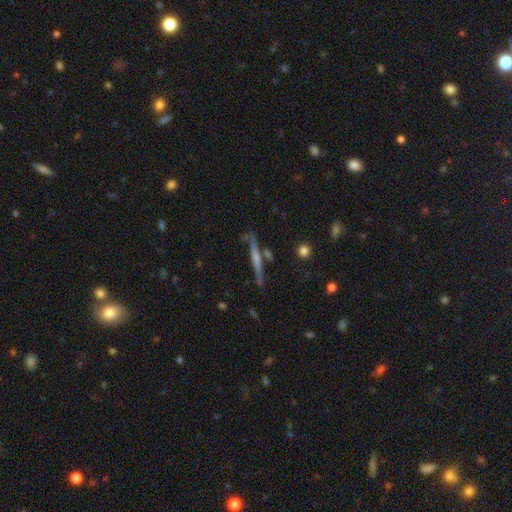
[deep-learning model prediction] Morphology: type=featured or disk (47%); merging=none (75%).